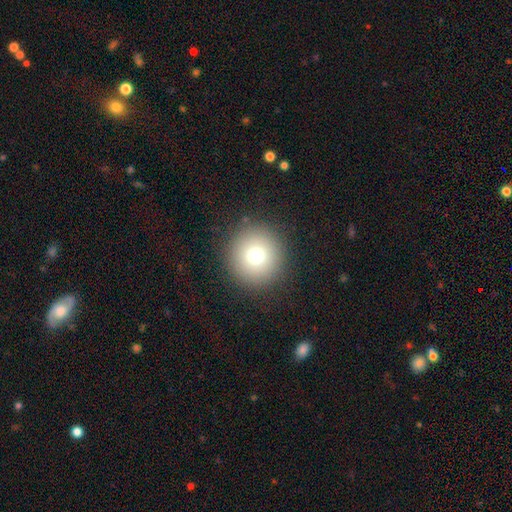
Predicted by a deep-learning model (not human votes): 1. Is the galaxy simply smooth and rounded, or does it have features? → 75% smooth, 13% star or artifact, 12% featured or disk.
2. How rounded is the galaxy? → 92% round, 7% in between, 1% cigar-shaped.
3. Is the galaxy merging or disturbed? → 90% none, 6% minor disturbance, 3% major disturbance, 1% merger.